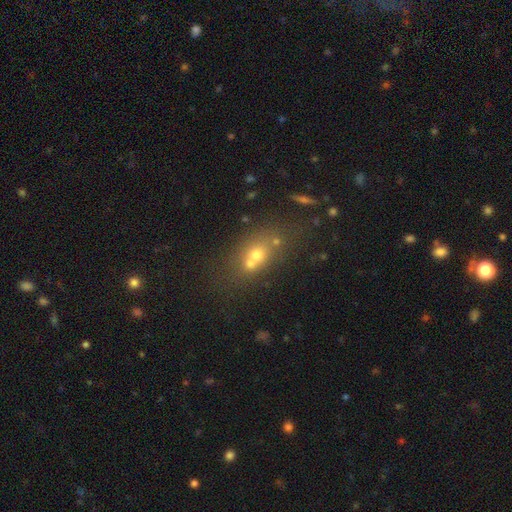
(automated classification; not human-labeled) Smooth or featured? Predicted: smooth (p=0.57). How rounded? Predicted: round (p=0.53). Merging? Predicted: merger (p=0.51).